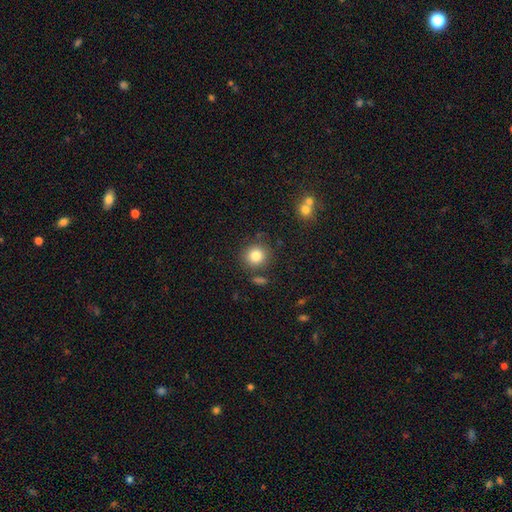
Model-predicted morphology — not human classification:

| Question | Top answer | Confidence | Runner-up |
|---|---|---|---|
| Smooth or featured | smooth | 83% | star or artifact (10%) |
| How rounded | round | 90% | in between (9%) |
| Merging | none | 81% | minor disturbance (10%) |